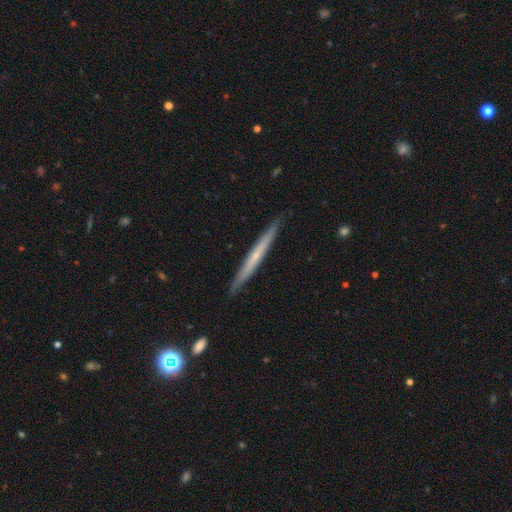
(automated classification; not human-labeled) smooth-or-featured: featured or disk: 56% | smooth: 38% | star or artifact: 6%
  disk-edge-on: yes: 97% | no: 3%
    edge-on-bulge: none: 69% | rounded: 27% | boxy: 3%
  merging: none: 90% | minor disturbance: 7% | major disturbance: 1% | merger: 1%